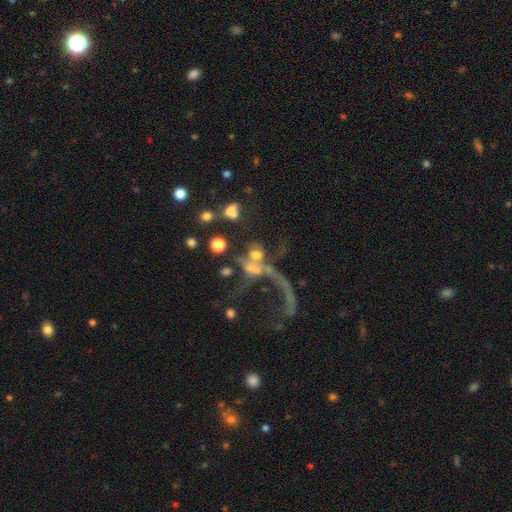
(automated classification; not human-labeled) This appears to be a featured or disk galaxy (52%). Merging: merger (37%).